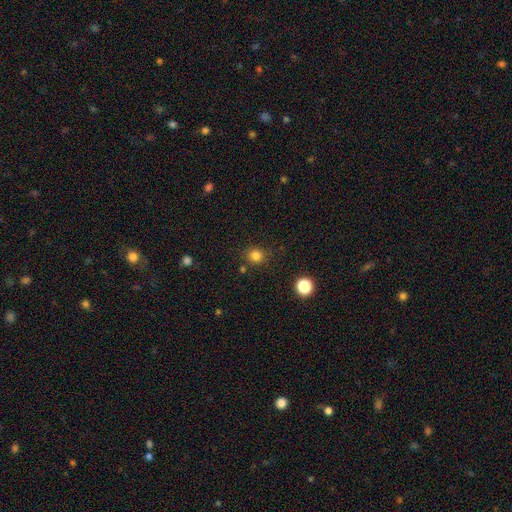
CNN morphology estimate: type=smooth (81%); roundness=round (86%); merging=none (84%).